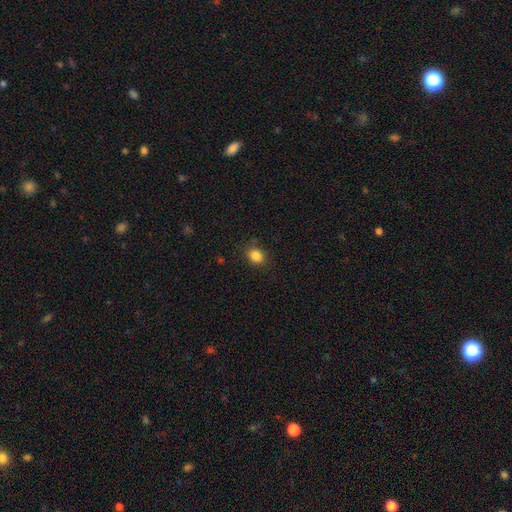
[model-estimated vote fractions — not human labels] A smooth galaxy with no disk features (85%) that is in between round and cigar-shaped (50%).

Vote fractions:
- Smooth or featured? smooth: 85% / star or artifact: 11% / featured or disk: 4%
- How rounded? in between: 50% / round: 49% / cigar-shaped: 1%
- Merging? none: 81% / minor disturbance: 14% / major disturbance: 4% / merger: 1%